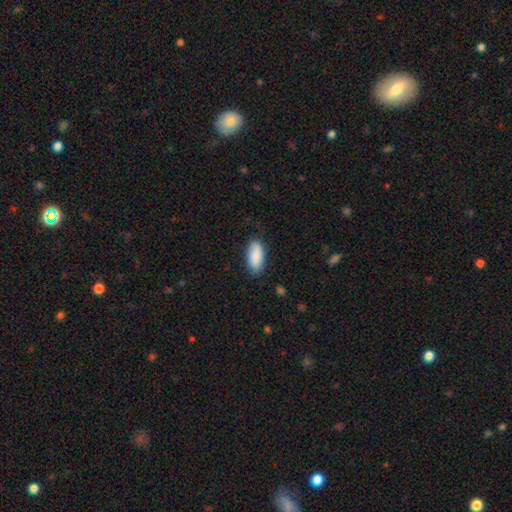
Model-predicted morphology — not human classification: Smooth or featured? smooth (89%)
How rounded? in between (87%)
Merging? none (79%)